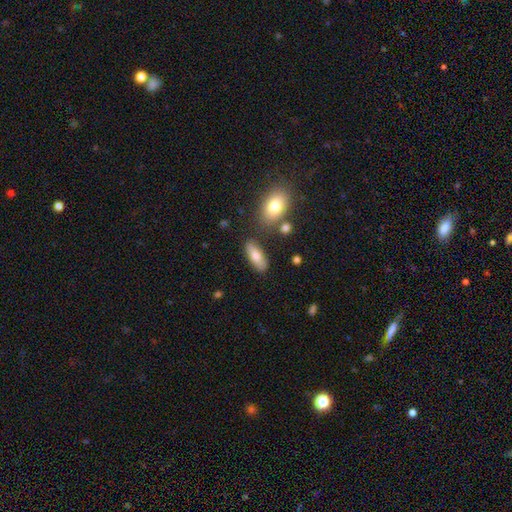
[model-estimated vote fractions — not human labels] Morphology: type=smooth (75%); roundness=in between (73%); merging=none (78%).